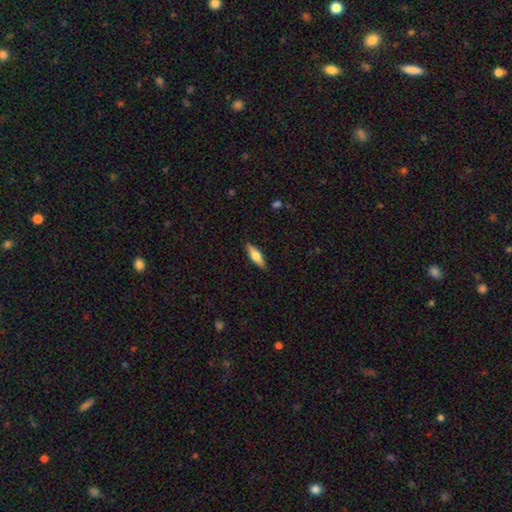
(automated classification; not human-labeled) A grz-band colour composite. It shows a smooth galaxy with no disk features (58%) that is cigar-shaped (54%). Merging: none (88%).